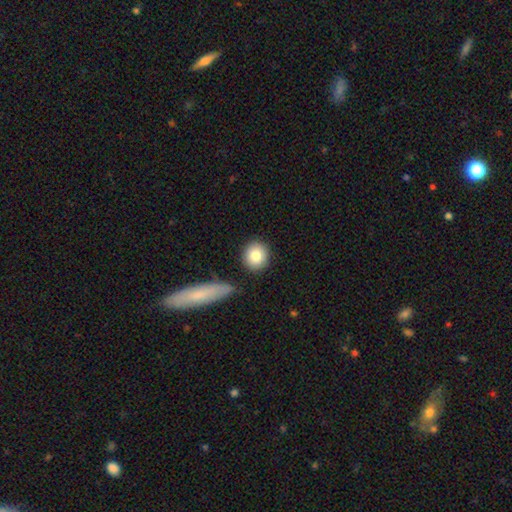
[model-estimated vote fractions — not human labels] Morphology: type=smooth (83%); roundness=round (86%); merging=none (85%).